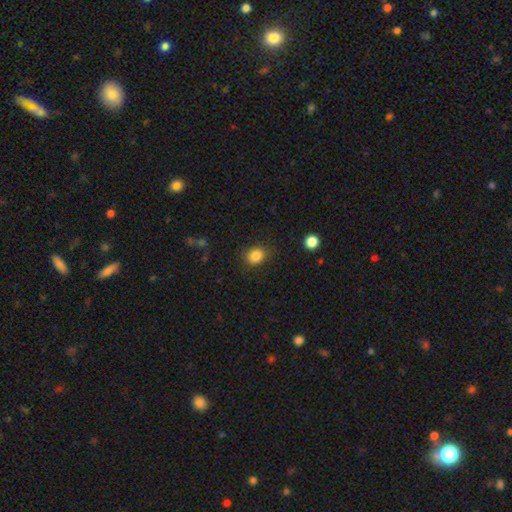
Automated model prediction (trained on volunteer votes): Q: Smooth or featured?
A: smooth (85%); runner-up: star or artifact (10%)
Q: How rounded?
A: round (52%); runner-up: in between (47%)
Q: Merging?
A: none (85%); runner-up: minor disturbance (11%)